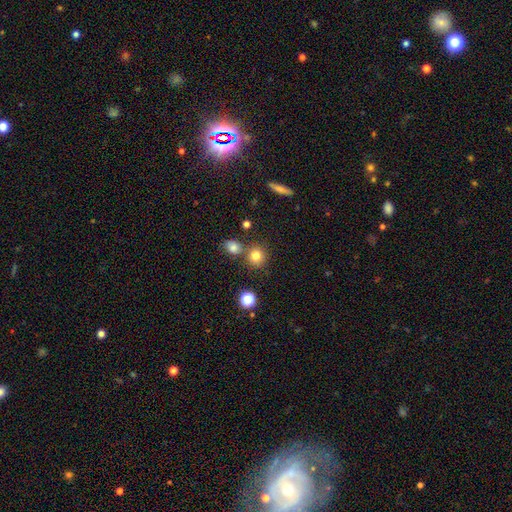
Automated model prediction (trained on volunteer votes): This is likely a smooth galaxy (79%). How rounded: clearly round (86%). Merging: likely none (70%).